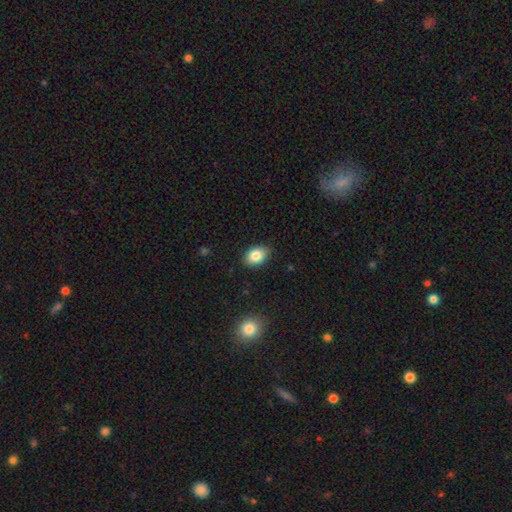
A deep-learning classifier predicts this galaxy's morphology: A smooth galaxy with no disk features (84%) that is in between round and cigar-shaped (78%).

Vote fractions:
- Smooth or featured? smooth: 84% / star or artifact: 8% / featured or disk: 7%
- How rounded? in between: 78% / round: 21% / cigar-shaped: 1%
- Merging? none: 87% / minor disturbance: 10% / major disturbance: 2% / merger: 1%